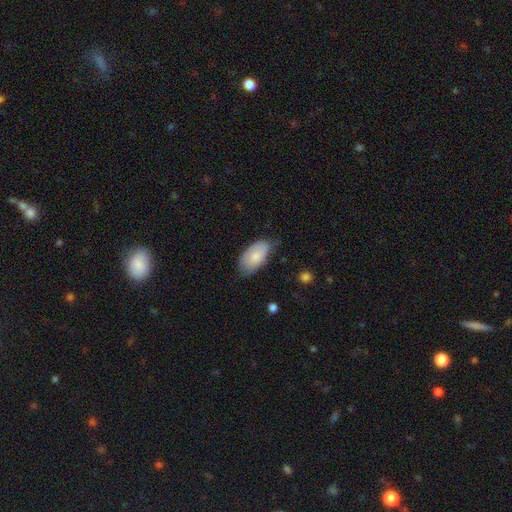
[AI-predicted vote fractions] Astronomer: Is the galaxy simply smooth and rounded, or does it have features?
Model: smooth — 78%.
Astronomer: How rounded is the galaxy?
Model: in between — 95%.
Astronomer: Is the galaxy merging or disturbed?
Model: none — 62%.